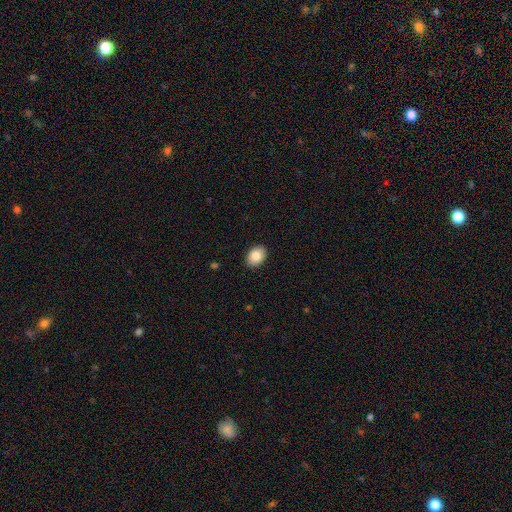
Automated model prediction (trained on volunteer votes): smooth-or-featured: smooth: 85% | star or artifact: 8% | featured or disk: 7%
  how-rounded: in between: 72% | round: 27% | cigar-shaped: 1%
  merging: none: 90% | minor disturbance: 7% | major disturbance: 2% | merger: 1%